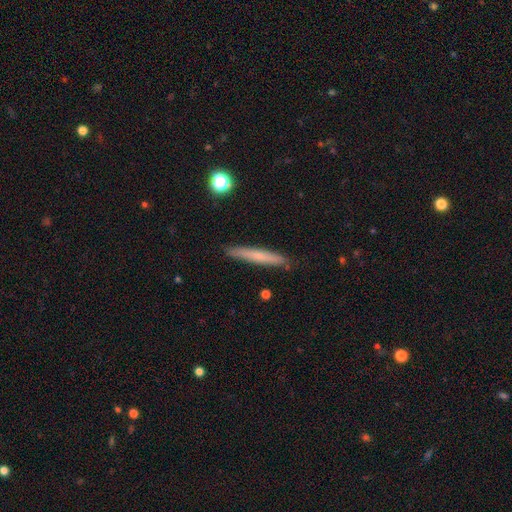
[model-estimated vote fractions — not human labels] Smooth or featured?
  - smooth: 61% *
  - featured or disk: 33%
  - star or artifact: 7%
How rounded?
  - cigar-shaped: 96% *
  - in between: 3%
  - round: 1%
Merging?
  - none: 89% *
  - minor disturbance: 9%
  - major disturbance: 1%
  - merger: 1%